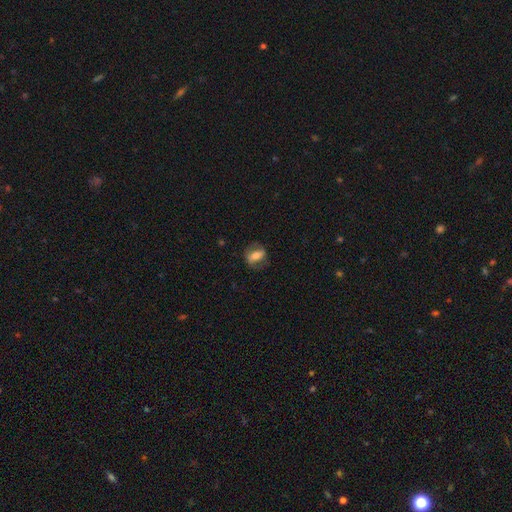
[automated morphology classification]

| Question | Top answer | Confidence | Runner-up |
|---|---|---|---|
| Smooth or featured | smooth | 53% | featured or disk (39%) |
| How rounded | in between | 71% | round (20%) |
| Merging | none | 73% | minor disturbance (17%) |